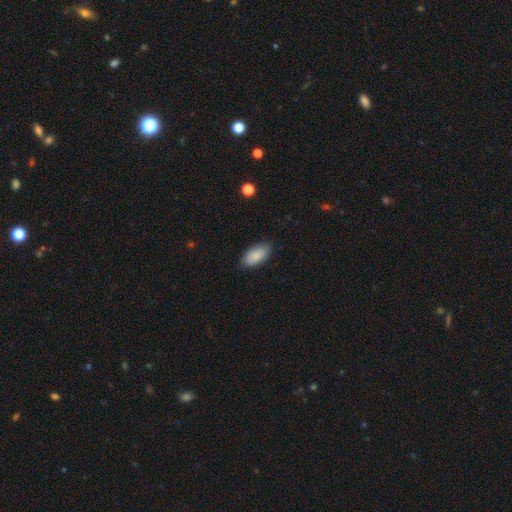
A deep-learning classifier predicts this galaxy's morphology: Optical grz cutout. It shows a smooth galaxy with no disk features (87%) that is in between round and cigar-shaped (95%). Merging: none (87%).